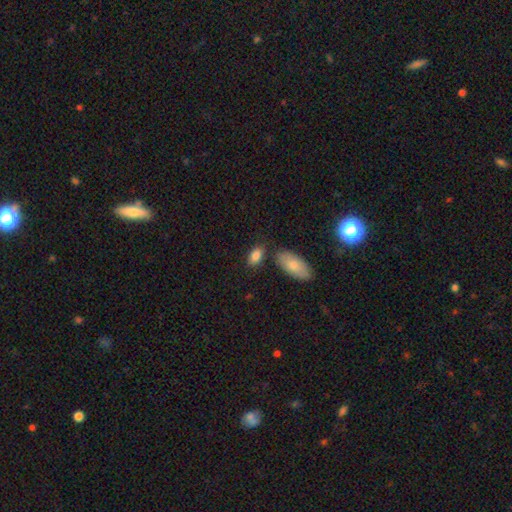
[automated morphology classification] This appears to be a smooth galaxy with no disk features (84%) that is in between round and cigar-shaped (90%). Merging: none (70%).